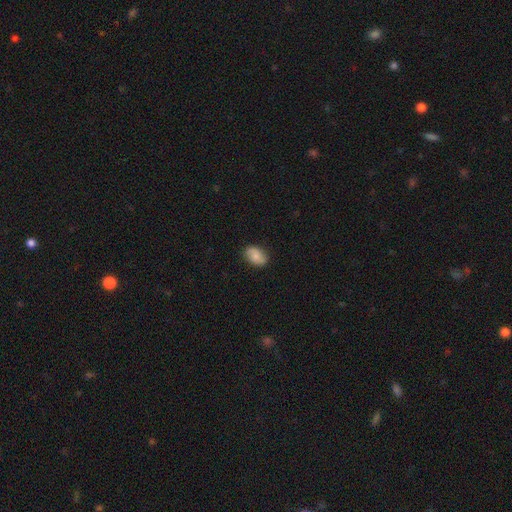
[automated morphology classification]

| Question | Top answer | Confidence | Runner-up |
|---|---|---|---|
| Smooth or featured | smooth | 77% | featured or disk (16%) |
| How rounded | in between | 88% | round (10%) |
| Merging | none | 81% | minor disturbance (15%) |